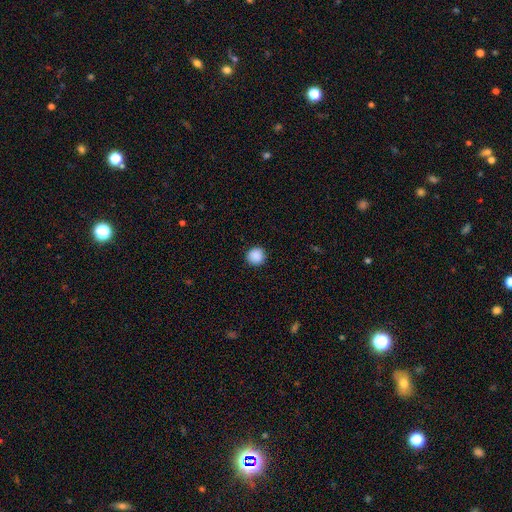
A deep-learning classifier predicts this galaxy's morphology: Smooth or featured: smooth — 89% (star or artifact — 8%)
How rounded: round — 94% (in between — 5%)
Merging: none — 91% (minor disturbance — 6%)